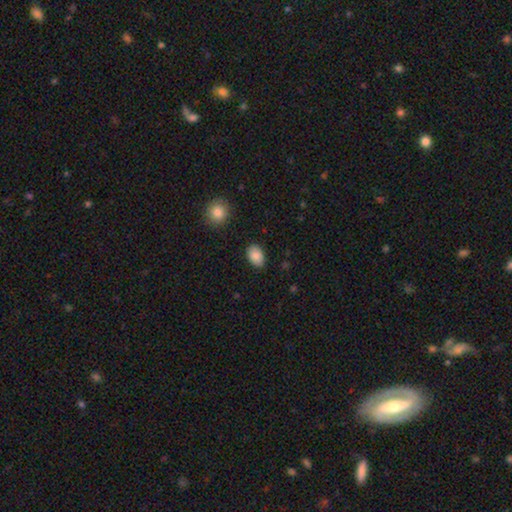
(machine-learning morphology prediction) Smooth or featured?
  - smooth: 86% *
  - star or artifact: 8%
  - featured or disk: 7%
How rounded?
  - in between: 86% *
  - round: 13%
  - cigar-shaped: 1%
Merging?
  - none: 86% *
  - minor disturbance: 11%
  - major disturbance: 2%
  - merger: 1%